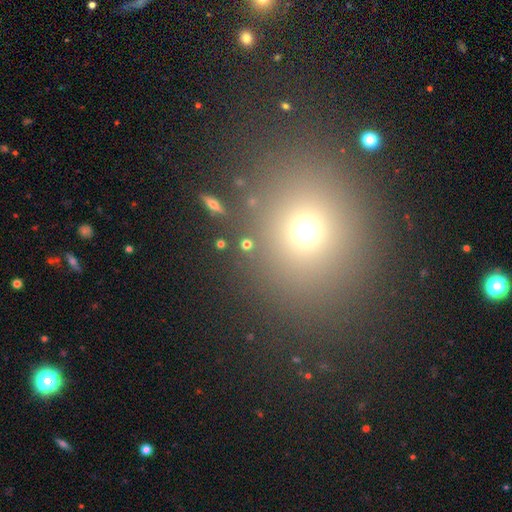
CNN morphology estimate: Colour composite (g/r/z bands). It shows a smooth galaxy with no disk features (63%) that is round (73%). Merging: none (87%).